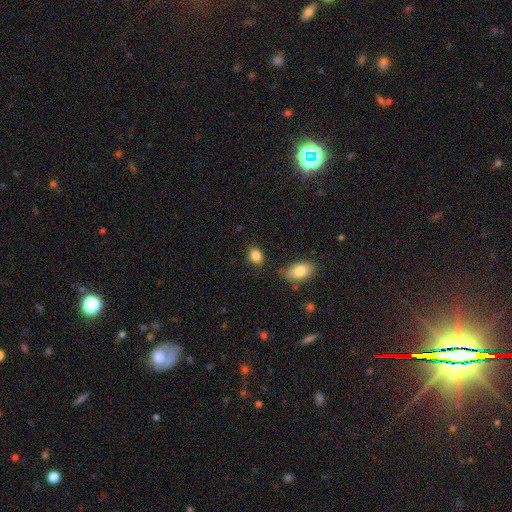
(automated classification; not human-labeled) This appears to be a smooth galaxy with no disk features (85%) that is in between round and cigar-shaped (79%). Merging: none (74%).